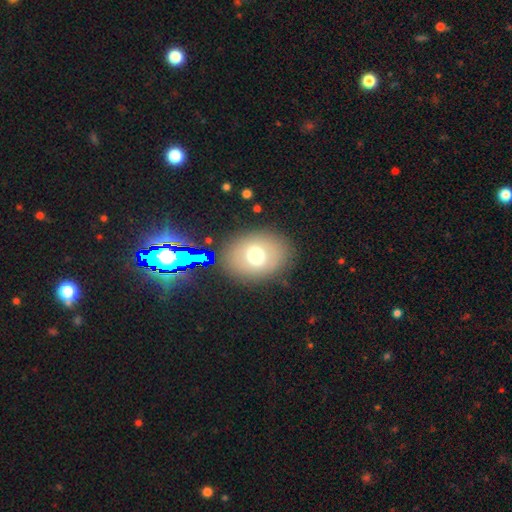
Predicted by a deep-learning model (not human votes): The model was most divided on "how rounded": in between: 56%, round: 43%, cigar-shaped: 1%. More confident: merging — none (83%); smooth or featured — smooth (66%).